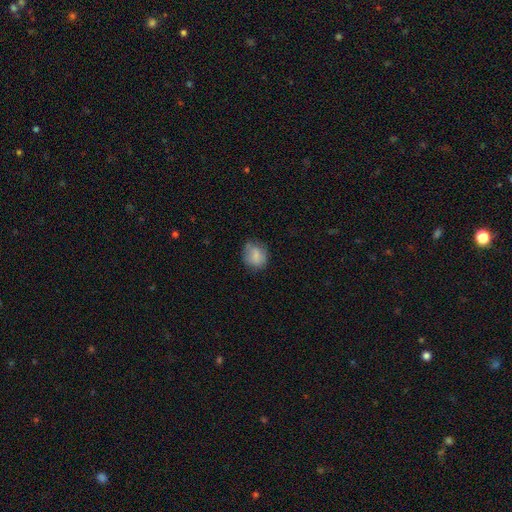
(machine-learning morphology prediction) The model was most divided on "how rounded": round: 61%, in between: 37%, cigar-shaped: 1%. More confident: smooth or featured — smooth (78%); merging — none (65%).